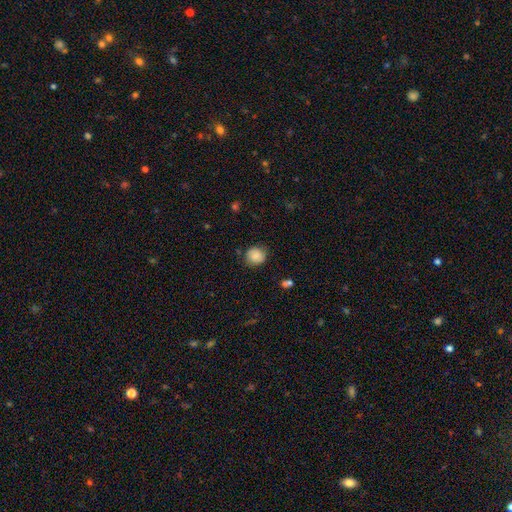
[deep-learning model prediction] Morphology: type=smooth (81%); roundness=round (82%); merging=none (77%).